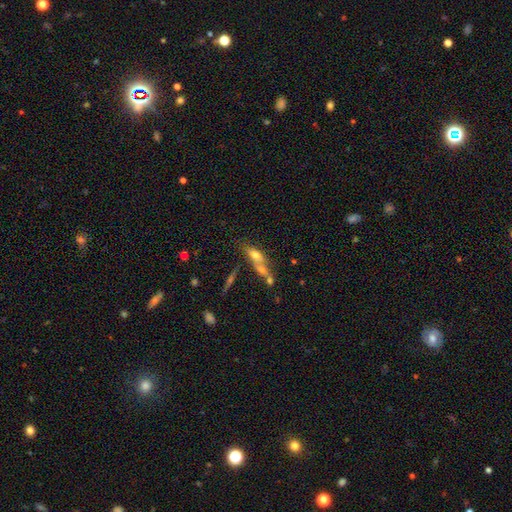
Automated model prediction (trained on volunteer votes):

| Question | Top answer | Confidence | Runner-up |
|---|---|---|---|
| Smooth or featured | smooth | 55% | featured or disk (32%) |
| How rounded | in between | 63% | cigar-shaped (26%) |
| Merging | merger | 57% | none (26%) |